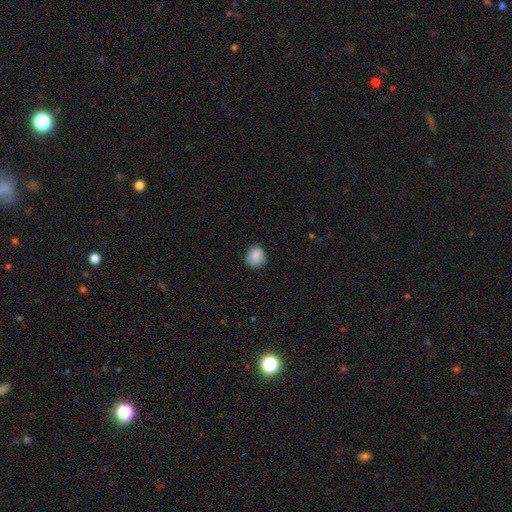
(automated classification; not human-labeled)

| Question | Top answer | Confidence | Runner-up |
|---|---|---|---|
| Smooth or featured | smooth | 86% | star or artifact (8%) |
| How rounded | round | 78% | in between (21%) |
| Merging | none | 79% | minor disturbance (17%) |